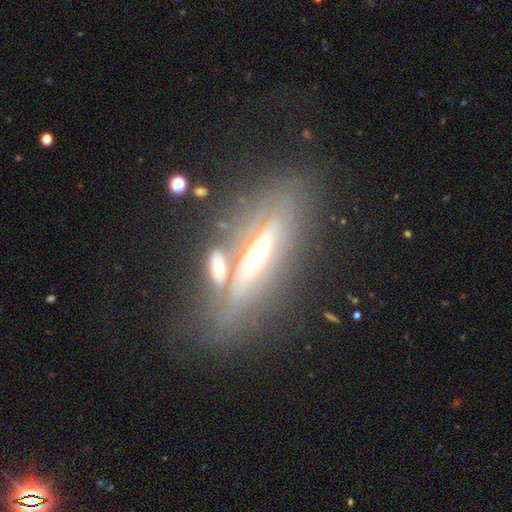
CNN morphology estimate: type=featured or disk (74%); edge-on=yes (77%); edge-on bulge=rounded (82%); merging=none (68%).